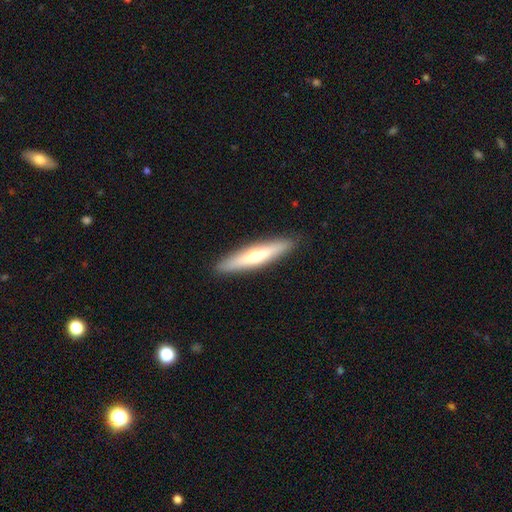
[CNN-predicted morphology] smooth_or_featured: smooth (p=0.48) [alt: featured or disk p=0.46]
merging: none (p=0.91) [alt: minor disturbance p=0.07]